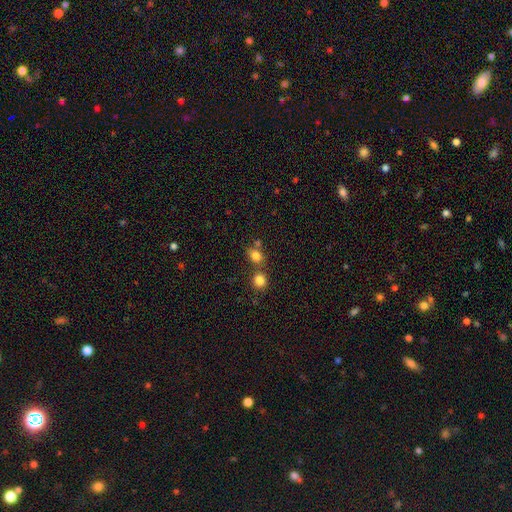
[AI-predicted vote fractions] Q: Smooth or featured?
A: smooth (80%); runner-up: star or artifact (13%)
Q: How rounded?
A: round (50%); runner-up: in between (49%)
Q: Merging?
A: none (57%); runner-up: merger (29%)